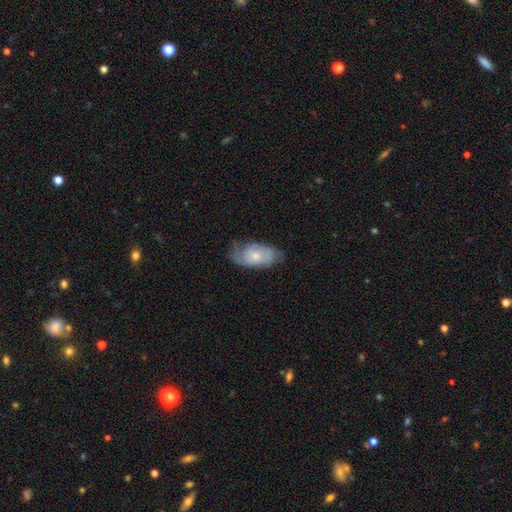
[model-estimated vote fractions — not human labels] A featured or disk galaxy (64%) with no bar (69%), 2 (48%) medium (41%) spiral arms (87%) and a small central bulge (51%).

Vote fractions:
- Smooth or featured? featured or disk: 64% / smooth: 30% / star or artifact: 6%
- Edge-on disk? no: 95% / yes: 5%
- Bar? no: 69% / weak: 27% / strong: 4%
- Spiral arms? yes: 87% / no: 13%
- Spiral winding? medium: 41% / tight: 40% / loose: 18%
- Spiral arm count? 2: 48% / can't tell: 28% / 3: 12% / 1: 6% / 4: 3% / more than 4: 2%
- Bulge size? small: 51% / moderate: 40% / none: 4% / large: 3% / dominant: 1%
- Merging? none: 60% / minor disturbance: 27% / major disturbance: 12% / merger: 1%